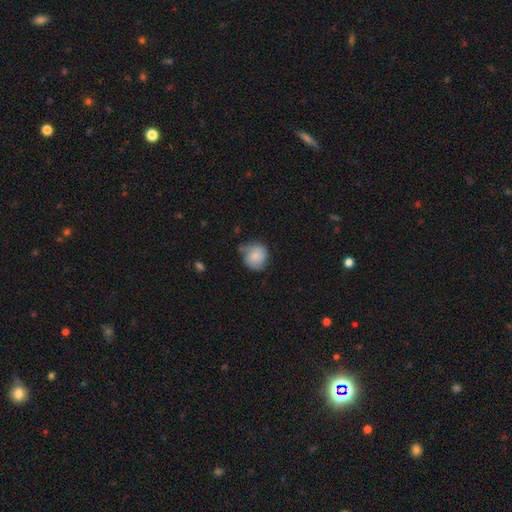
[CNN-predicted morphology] This appears to be a smooth galaxy with no disk features (76%) that is round (82%). Merging: none (50%).